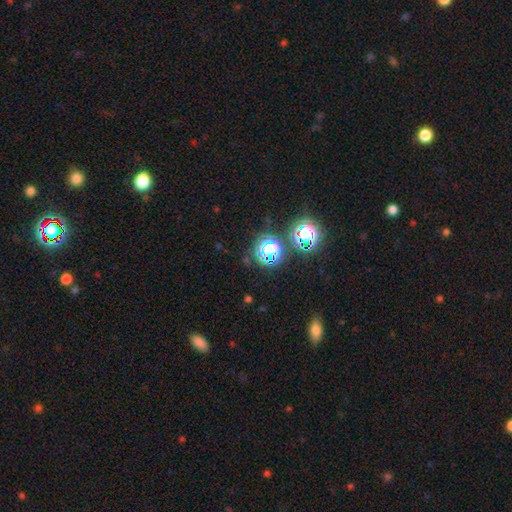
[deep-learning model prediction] smooth-or-featured: star or artifact: 67% | smooth: 25% | featured or disk: 8%